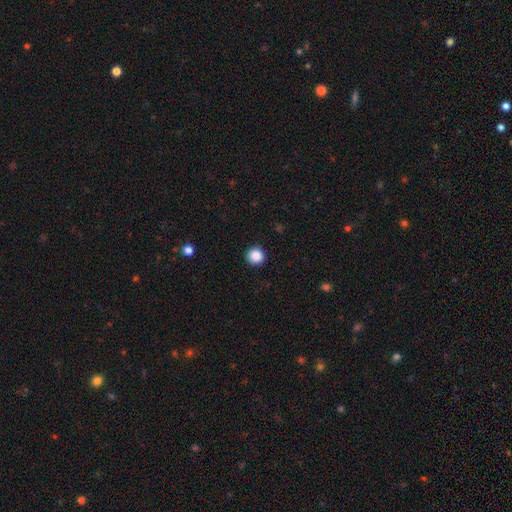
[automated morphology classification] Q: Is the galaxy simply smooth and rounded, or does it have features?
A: smooth — 87%.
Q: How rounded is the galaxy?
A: round — 95%.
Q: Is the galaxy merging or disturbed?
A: none — 93%.